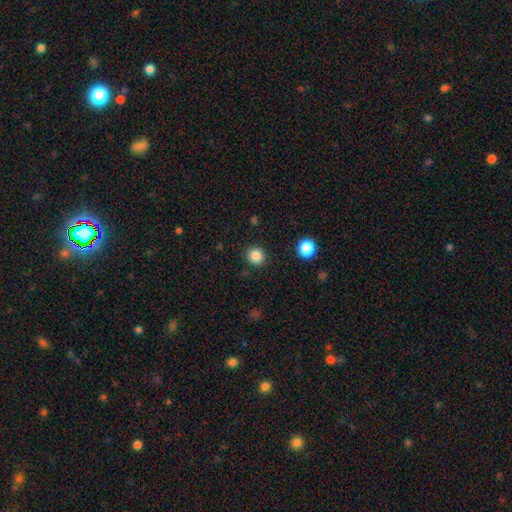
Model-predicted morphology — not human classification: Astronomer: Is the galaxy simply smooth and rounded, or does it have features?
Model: smooth — 85%.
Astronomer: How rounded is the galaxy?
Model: round — 92%.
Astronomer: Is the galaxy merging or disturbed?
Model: none — 90%.